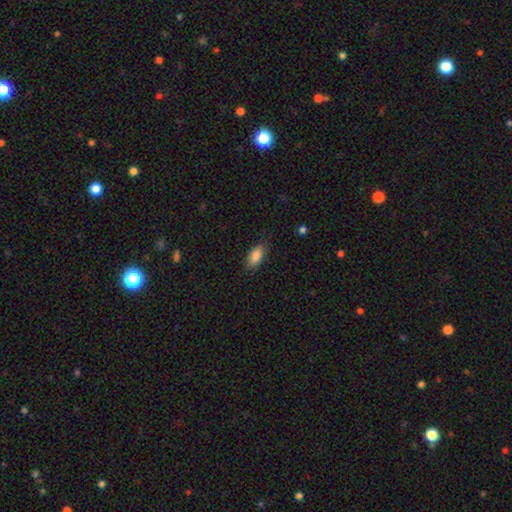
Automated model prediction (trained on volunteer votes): smooth 87%, star or artifact 7%, featured or disk 6%. Down the decision tree: how rounded — in between (90%); merging — none (83%).